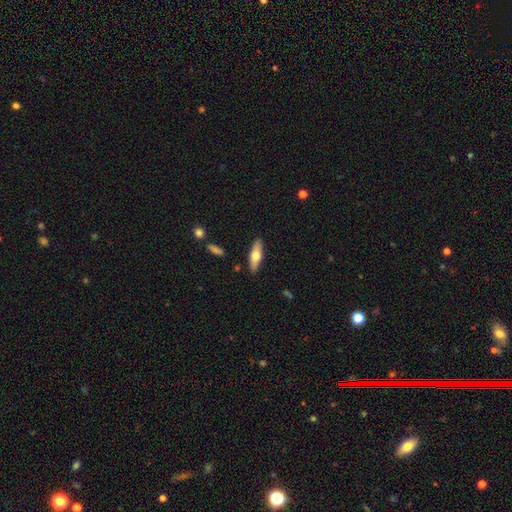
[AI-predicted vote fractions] A smooth galaxy with no disk features (55%) that is cigar-shaped (50%).

Vote fractions:
- Smooth or featured? smooth: 55% / featured or disk: 39% / star or artifact: 6%
- How rounded? cigar-shaped: 50% / in between: 48% / round: 3%
- Merging? none: 88% / minor disturbance: 8% / major disturbance: 2% / merger: 2%